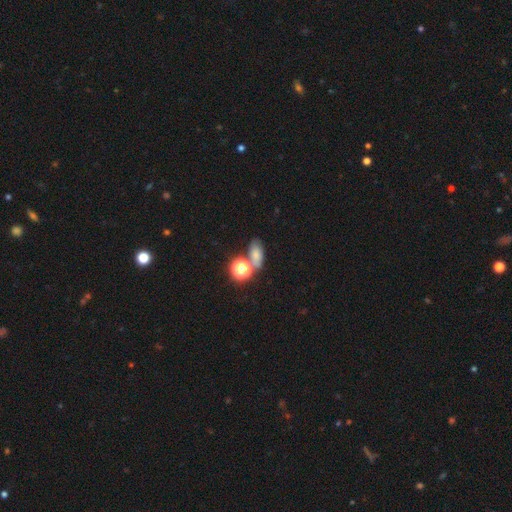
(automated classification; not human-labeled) This is likely a smooth galaxy (66%). How rounded: likely in between (76%). Merging: possibly none (60%).